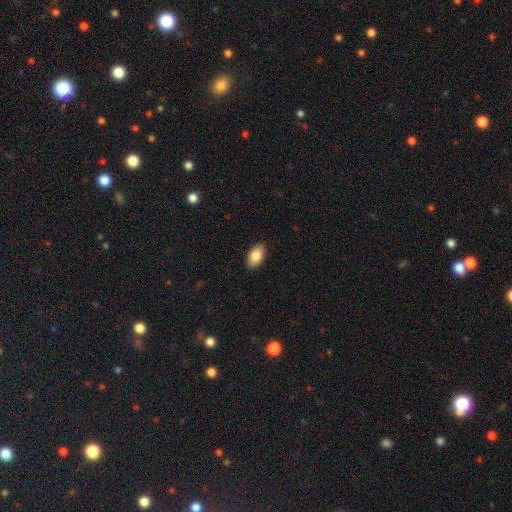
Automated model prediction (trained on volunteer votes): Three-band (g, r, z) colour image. It shows a smooth galaxy with no disk features (85%) that is in between round and cigar-shaped (94%). Merging: none (90%).